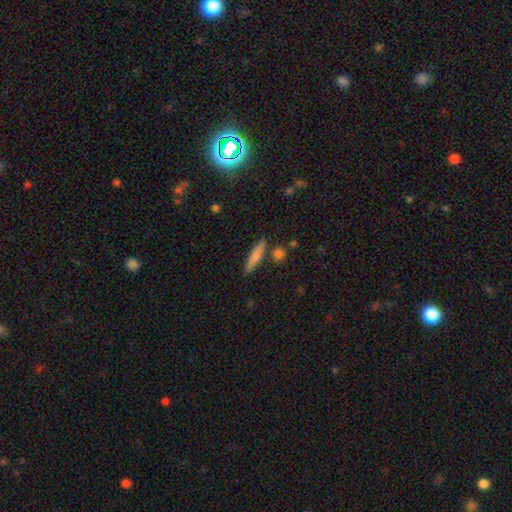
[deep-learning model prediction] Smooth or featured: smooth — 74% (featured or disk — 19%)
How rounded: cigar-shaped — 83% (in between — 15%)
Merging: none — 81% (minor disturbance — 11%)